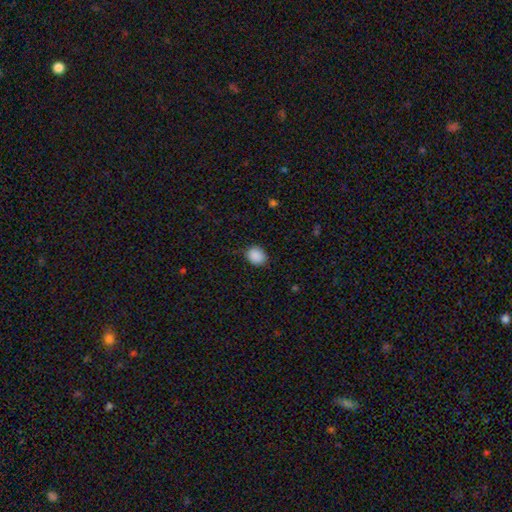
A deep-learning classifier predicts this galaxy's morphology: The model was most divided on "how rounded": round: 54%, in between: 45%, cigar-shaped: 1%. More confident: smooth or featured — smooth (89%); merging — none (84%).